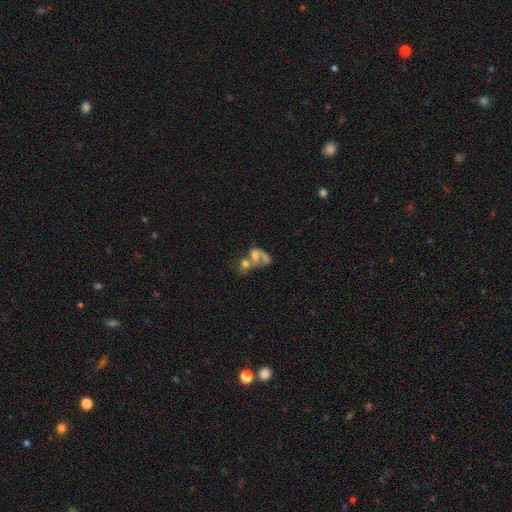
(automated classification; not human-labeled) Smooth or featured: featured or disk — 45% (smooth — 43%)
Merging: merger — 64% (major disturbance — 15%)